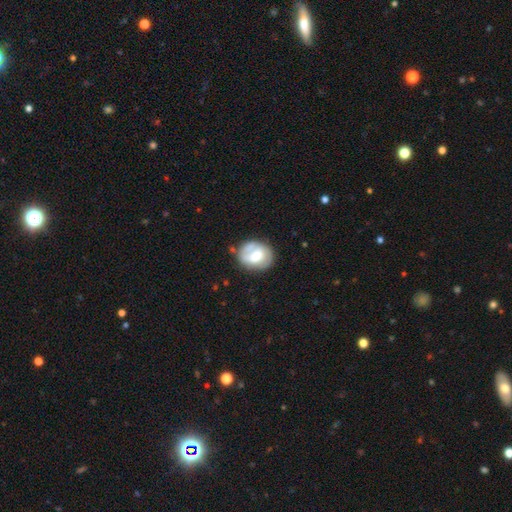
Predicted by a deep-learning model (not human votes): Smooth or featured?
  - featured or disk: 51% *
  - smooth: 43%
  - star or artifact: 7%
Edge-on disk?
  - no: 97% *
  - yes: 3%
Merging?
  - none: 67% *
  - minor disturbance: 21%
  - major disturbance: 7%
  - merger: 5%